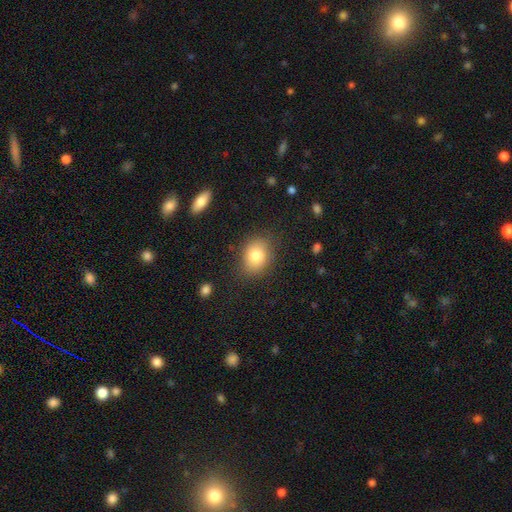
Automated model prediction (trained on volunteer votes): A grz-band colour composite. It shows a smooth galaxy with no disk features (81%) that is in between round and cigar-shaped (59%). Merging: none (80%).